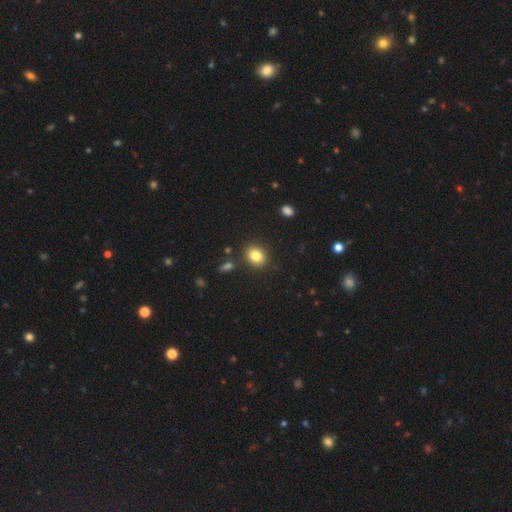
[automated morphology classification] smooth 83%, star or artifact 10%, featured or disk 7%. Down the decision tree: how rounded — round (53%); merging — none (86%).